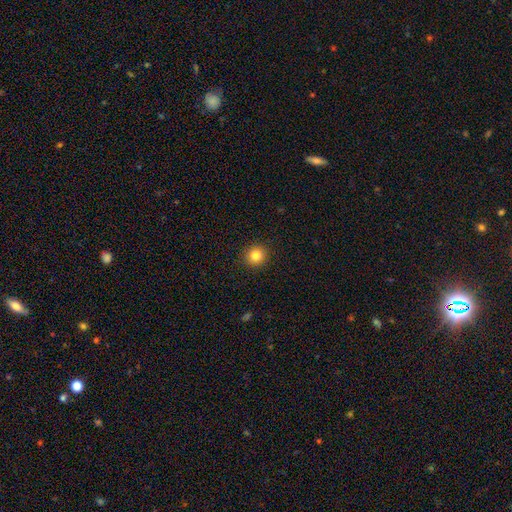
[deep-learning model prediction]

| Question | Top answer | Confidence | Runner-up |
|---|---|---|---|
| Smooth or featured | smooth | 83% | star or artifact (11%) |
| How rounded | round | 91% | in between (8%) |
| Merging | none | 91% | minor disturbance (6%) |